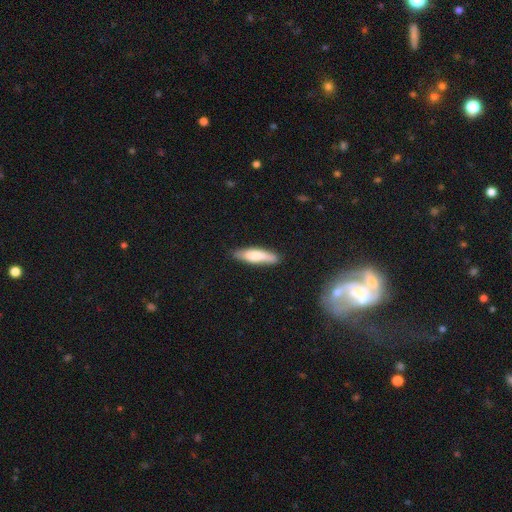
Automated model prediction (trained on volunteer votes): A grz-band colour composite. It shows a smooth galaxy with no disk features (72%) that is cigar-shaped (68%). Merging: none (79%).